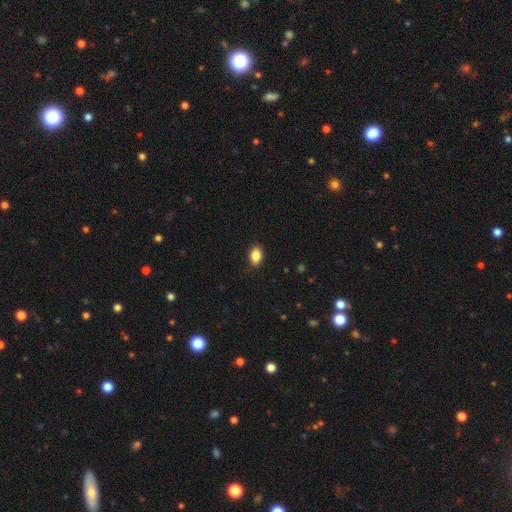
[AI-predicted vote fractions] A smooth galaxy with no disk features (87%) that is in between round and cigar-shaped (85%).

Vote fractions:
- Smooth or featured? smooth: 87% / star or artifact: 8% / featured or disk: 4%
- How rounded? in between: 85% / round: 14% / cigar-shaped: 2%
- Merging? none: 87% / minor disturbance: 10% / major disturbance: 2% / merger: 1%